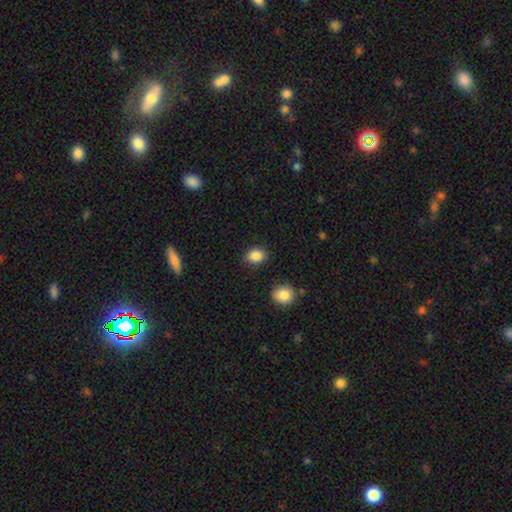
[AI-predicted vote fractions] Smooth or featured? Predicted: smooth (p=0.87). How rounded? Predicted: in between (p=0.53). Merging? Predicted: none (p=0.86).